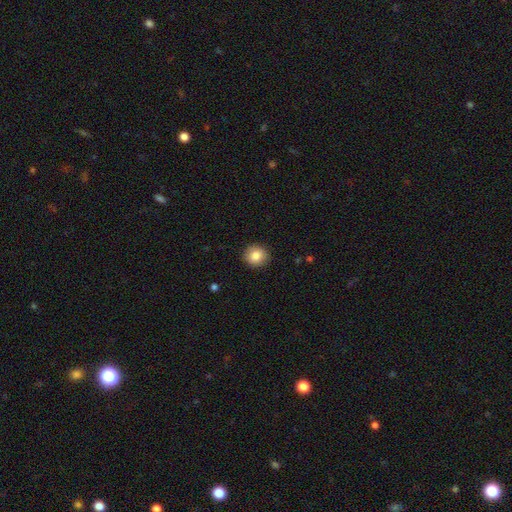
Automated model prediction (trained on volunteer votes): This appears to be a smooth galaxy with no disk features (85%) that is round (87%). Merging: none (91%).